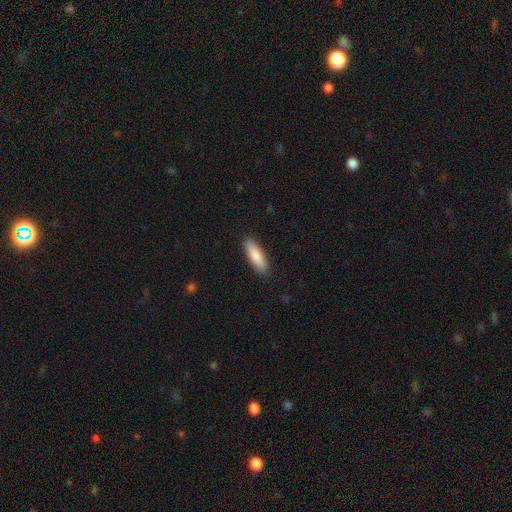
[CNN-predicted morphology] Smooth or featured: smooth — 86% (featured or disk — 9%)
How rounded: cigar-shaped — 56% (in between — 43%)
Merging: none — 90% (minor disturbance — 8%)